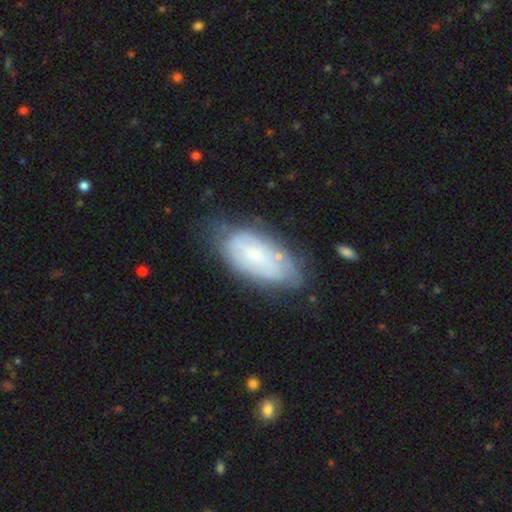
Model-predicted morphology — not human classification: type=featured or disk (46%, tied with smooth); merging=none (55%).